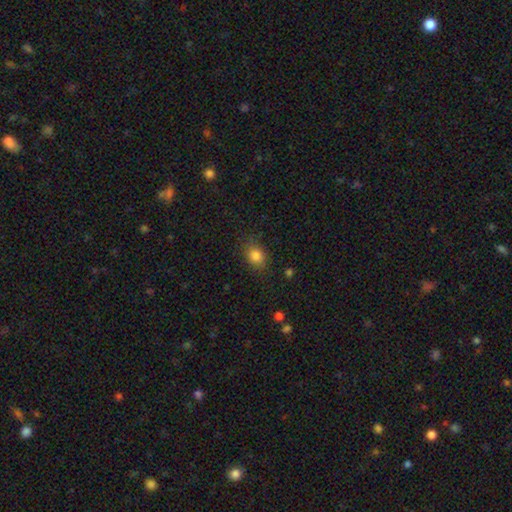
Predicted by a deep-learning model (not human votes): smooth_or_featured: smooth (p=0.83) [alt: star or artifact p=0.11]
how_rounded: in between (p=0.53) [alt: round p=0.46]
merging: none (p=0.81) [alt: minor disturbance p=0.14]